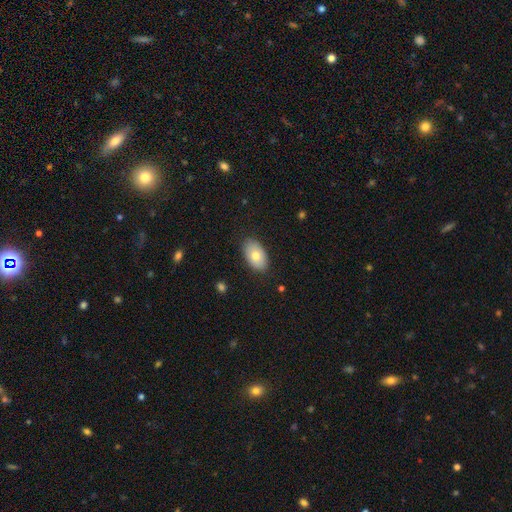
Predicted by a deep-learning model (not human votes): Morphology: type=smooth (75%); roundness=in between (93%); merging=none (85%).